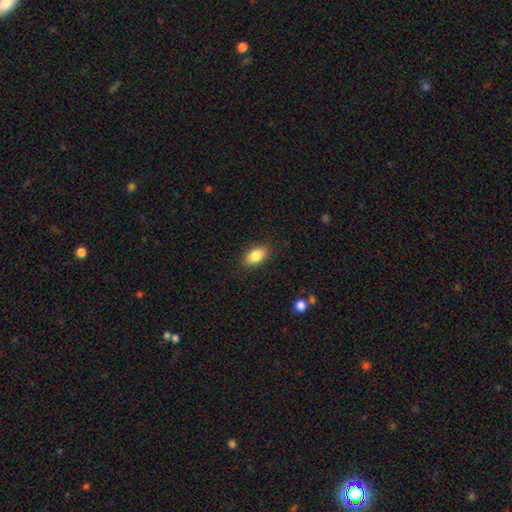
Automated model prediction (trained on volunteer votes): Overall: smooth (85%). How rounded: in between (90%). Merging: none (87%).